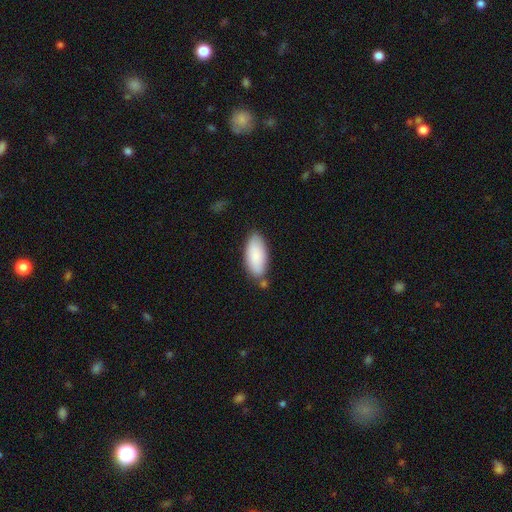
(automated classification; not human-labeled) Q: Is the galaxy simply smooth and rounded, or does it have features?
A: smooth — 85%.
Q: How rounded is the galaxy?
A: in between — 87%.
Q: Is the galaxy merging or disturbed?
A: none — 72%.